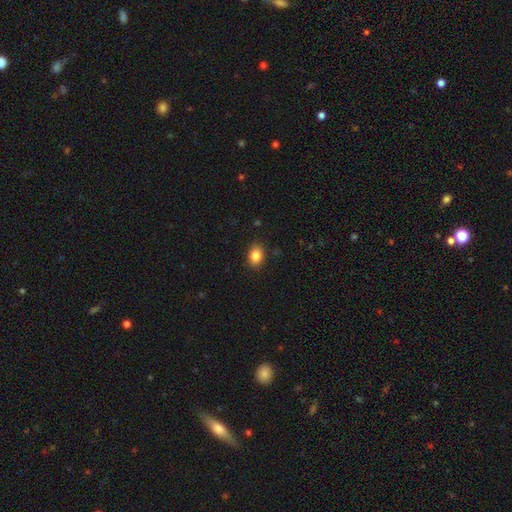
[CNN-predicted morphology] type=smooth (85%); roundness=in between (68%); merging=none (87%).